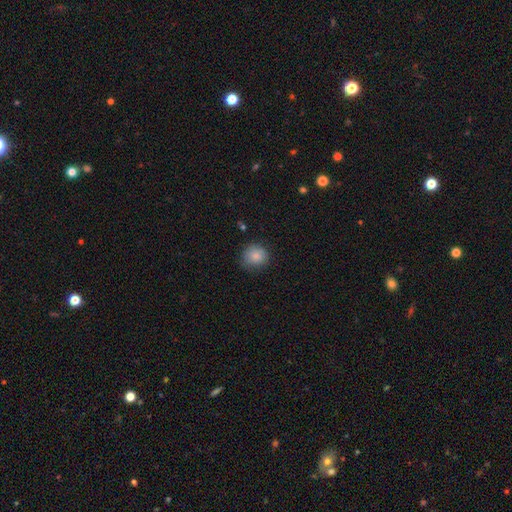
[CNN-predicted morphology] Smooth or featured?
  - smooth: 85% *
  - star or artifact: 9%
  - featured or disk: 6%
How rounded?
  - round: 85% *
  - in between: 14%
  - cigar-shaped: 1%
Merging?
  - none: 75% *
  - minor disturbance: 20%
  - major disturbance: 4%
  - merger: 1%